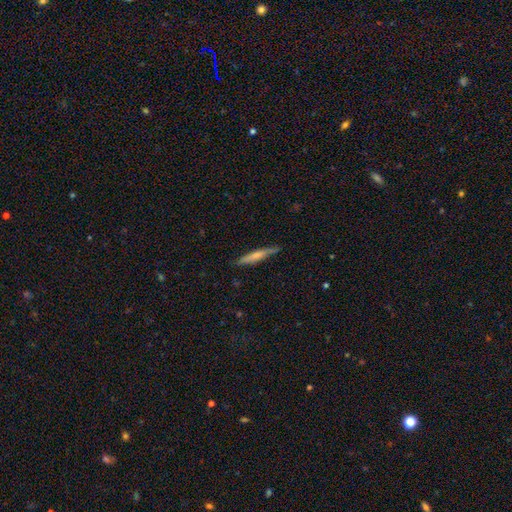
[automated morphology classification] smooth-or-featured: smooth: 52% | featured or disk: 42% | star or artifact: 6%
  how-rounded: cigar-shaped: 93% | in between: 5% | round: 1%
  merging: none: 82% | minor disturbance: 14% | major disturbance: 2% | merger: 1%